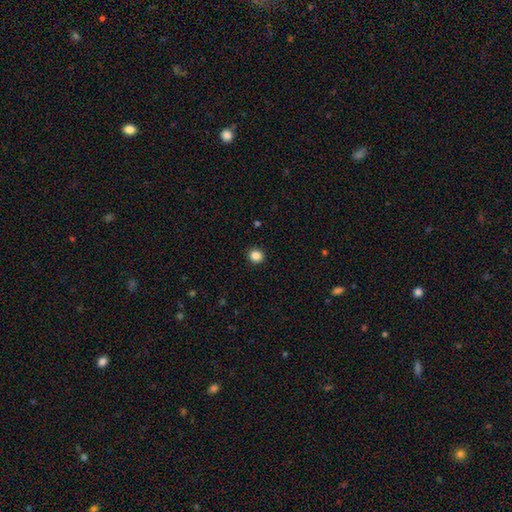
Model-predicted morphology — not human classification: This is clearly a smooth galaxy (86%). How rounded: clearly round (88%). Merging: clearly none (92%).